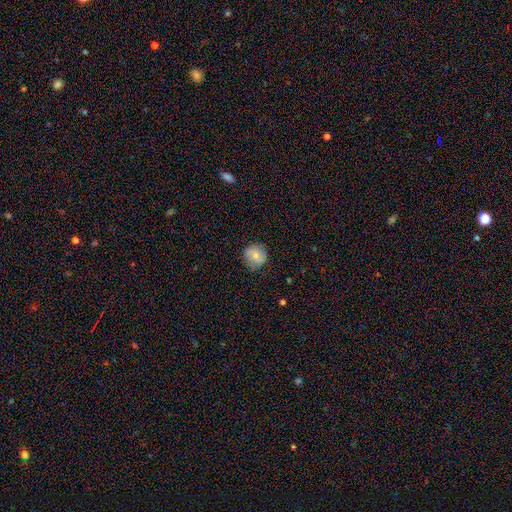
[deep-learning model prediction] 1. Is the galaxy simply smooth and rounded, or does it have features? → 69% smooth, 22% featured or disk, 9% star or artifact.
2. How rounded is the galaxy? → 89% round, 10% in between, 1% cigar-shaped.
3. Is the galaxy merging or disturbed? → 79% none, 17% minor disturbance, 4% major disturbance, 1% merger.